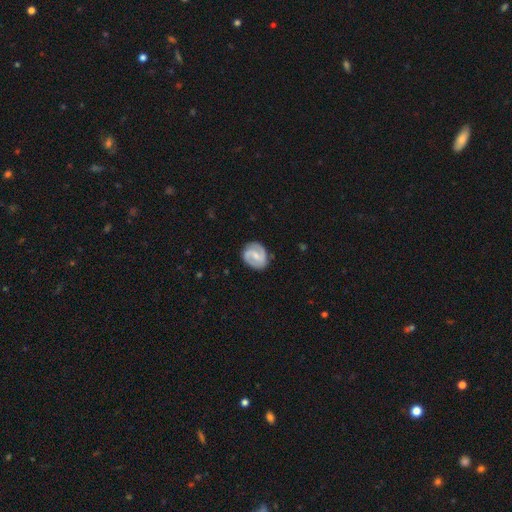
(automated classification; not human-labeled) Smooth or featured? Predicted: featured or disk (p=0.76). Edge-on disk? Predicted: no (p=0.98). Bar? Predicted: weak (p=0.53). Spiral arms? Predicted: yes (p=0.92). Spiral winding? Predicted: medium (p=0.47). Spiral arm count? Predicted: 2 (p=0.88). Bulge size? Predicted: small (p=0.51). Merging? Predicted: none (p=0.83).